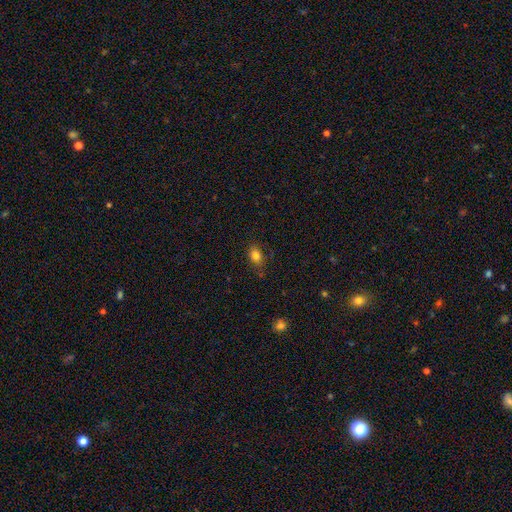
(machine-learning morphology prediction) Smooth or featured?
  - smooth: 81% *
  - star or artifact: 11%
  - featured or disk: 8%
How rounded?
  - in between: 74% *
  - round: 24%
  - cigar-shaped: 2%
Merging?
  - none: 73% *
  - minor disturbance: 20%
  - major disturbance: 5%
  - merger: 2%